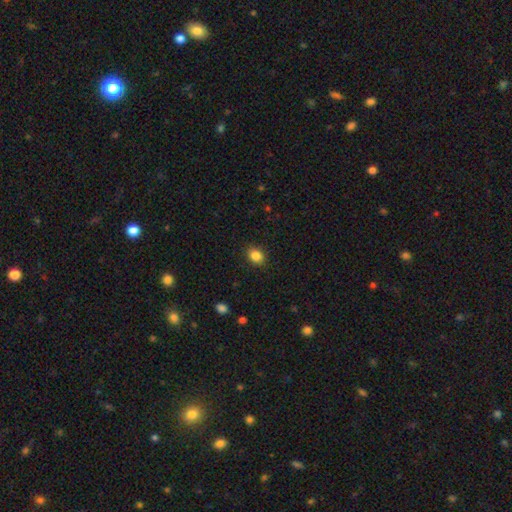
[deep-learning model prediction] Overall: smooth (85%). How rounded: round (53%; in between 47%). Merging: none (90%).